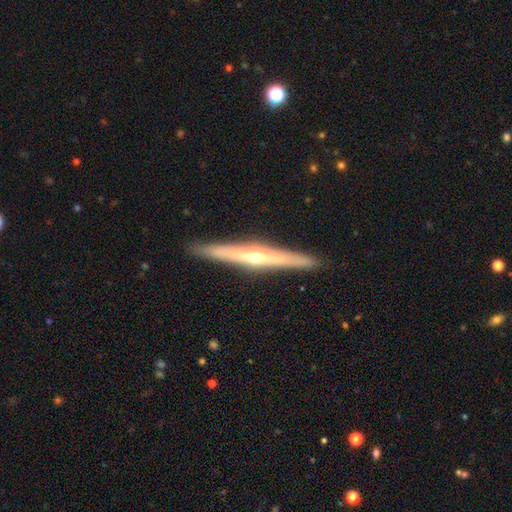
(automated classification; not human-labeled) This appears to be a featured or disk galaxy (78%) viewed edge-on (97%) with a rounded central bulge (86%). Merging: none (92%).